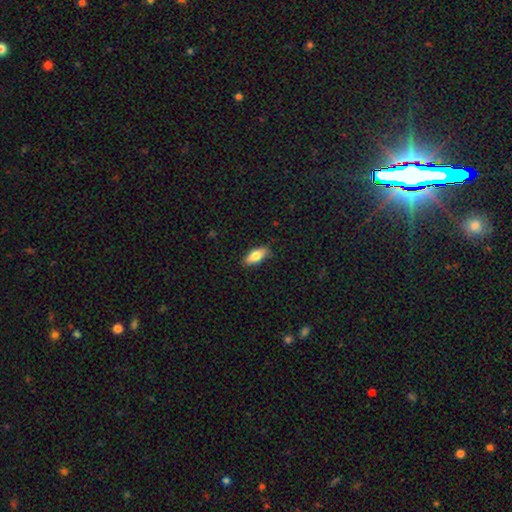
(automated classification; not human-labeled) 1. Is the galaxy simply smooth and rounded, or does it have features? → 80% smooth, 13% featured or disk, 7% star or artifact.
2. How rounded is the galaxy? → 81% in between, 17% cigar-shaped, 2% round.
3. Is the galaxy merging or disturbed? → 84% none, 12% minor disturbance, 2% major disturbance, 1% merger.